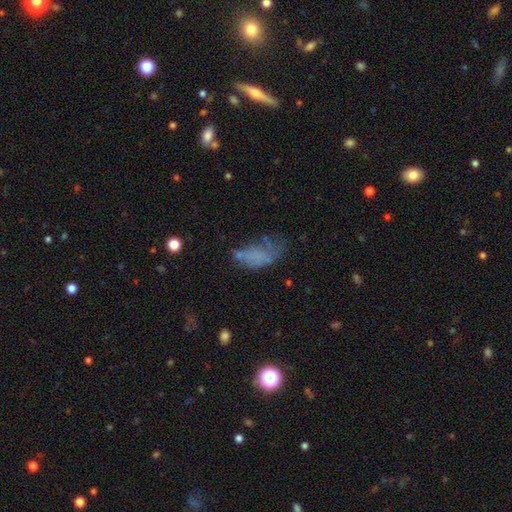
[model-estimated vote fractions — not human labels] The model was most divided on "merging": major disturbance: 37%, none: 30%, minor disturbance: 26%, merger: 6%. More confident: how rounded — in between (87%); smooth or featured — smooth (55%).